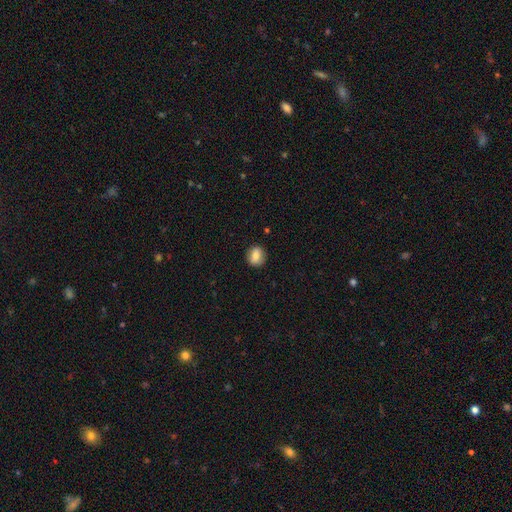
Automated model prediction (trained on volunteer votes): A smooth galaxy with no disk features (74%) that is round (65%).

Vote fractions:
- Smooth or featured? smooth: 74% / featured or disk: 18% / star or artifact: 9%
- How rounded? round: 65% / in between: 33% / cigar-shaped: 2%
- Merging? none: 87% / minor disturbance: 9% / major disturbance: 2% / merger: 1%